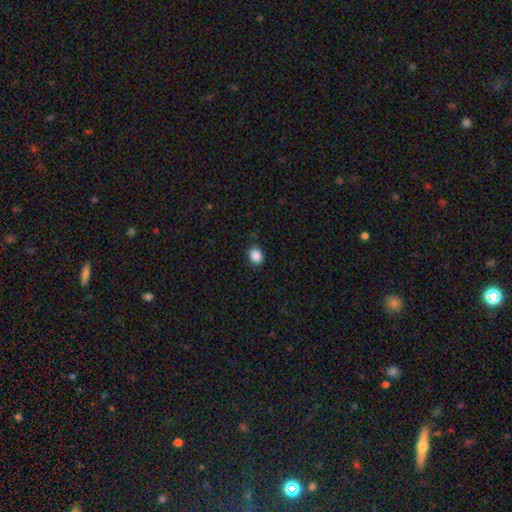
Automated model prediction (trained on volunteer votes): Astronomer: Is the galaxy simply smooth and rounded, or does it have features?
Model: smooth — 88%.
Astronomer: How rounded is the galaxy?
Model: round — 51% (runner-up: in between, 48%).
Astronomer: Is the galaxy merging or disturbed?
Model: none — 87%.